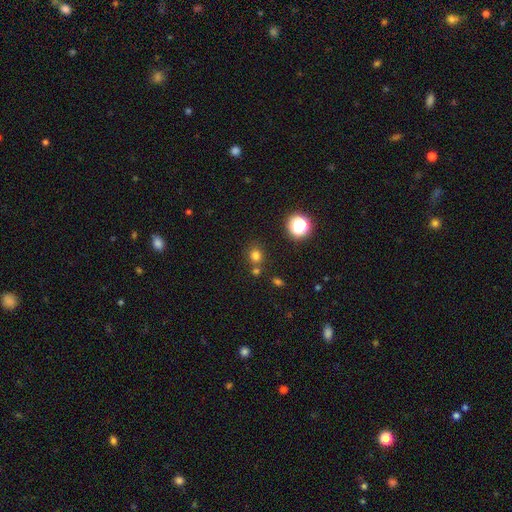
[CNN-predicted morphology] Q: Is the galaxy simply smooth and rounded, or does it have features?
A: smooth — 74%.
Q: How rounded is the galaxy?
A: round — 84%.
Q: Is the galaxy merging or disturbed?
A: none — 72%.